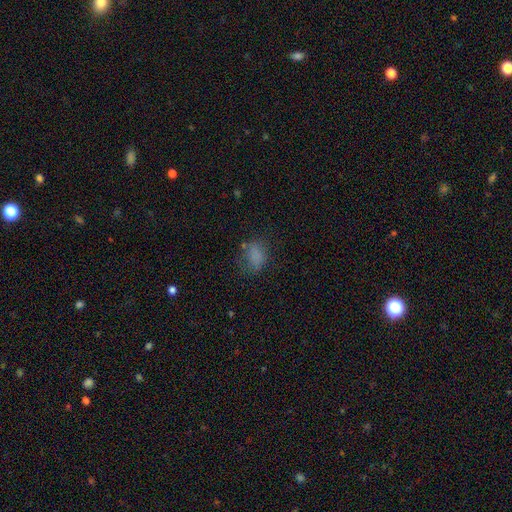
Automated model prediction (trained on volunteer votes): Smooth or featured? Predicted: smooth (p=0.74). How rounded? Predicted: in between (p=0.68). Merging? Predicted: none (p=0.57).